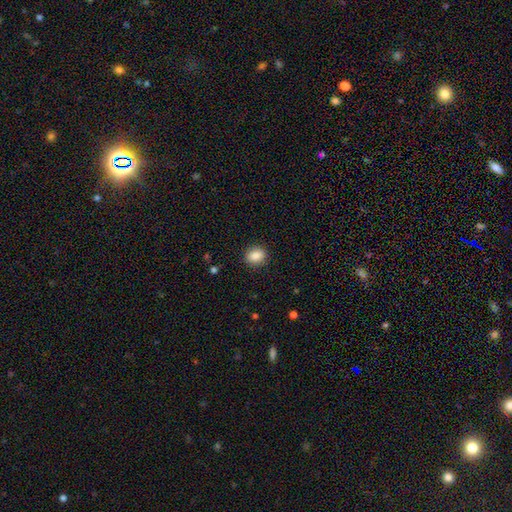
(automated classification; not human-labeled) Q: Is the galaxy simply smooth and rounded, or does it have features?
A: smooth — 87%.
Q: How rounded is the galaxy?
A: round — 58%.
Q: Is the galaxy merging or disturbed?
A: none — 89%.